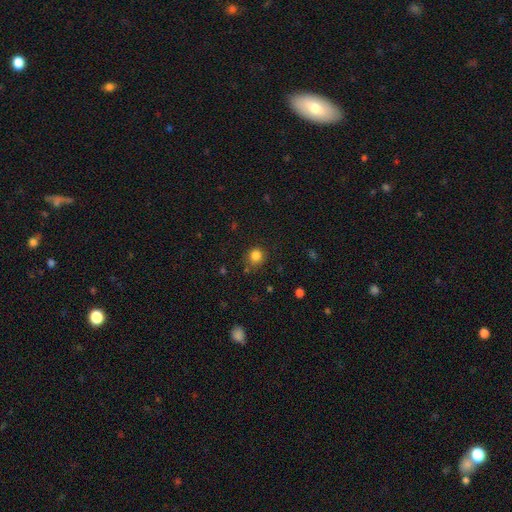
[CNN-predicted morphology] smooth_or_featured: smooth (p=0.83) [alt: star or artifact p=0.13]
how_rounded: round (p=0.86) [alt: in between p=0.13]
merging: none (p=0.79) [alt: minor disturbance p=0.14]